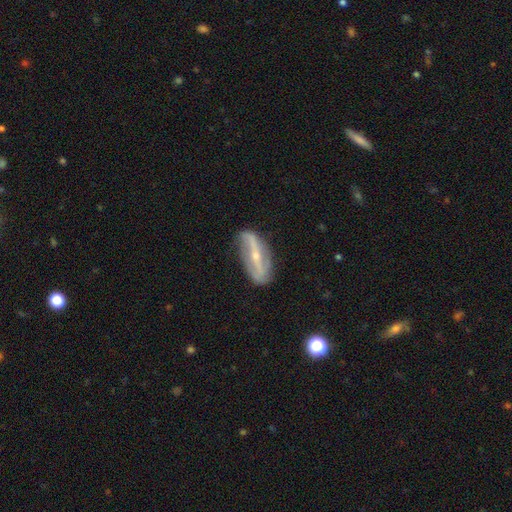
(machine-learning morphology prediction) This is clearly a featured or disk galaxy (80%). It is clearly not viewed edge-on (82%). Bar: likely strong (64%). Spiral arm pattern: likely yes (80%). Spiral arm count: clearly 2 (84%). Spiral winding: likely loose (61%). Central bulge: likely small (66%). Merging: likely none (73%).